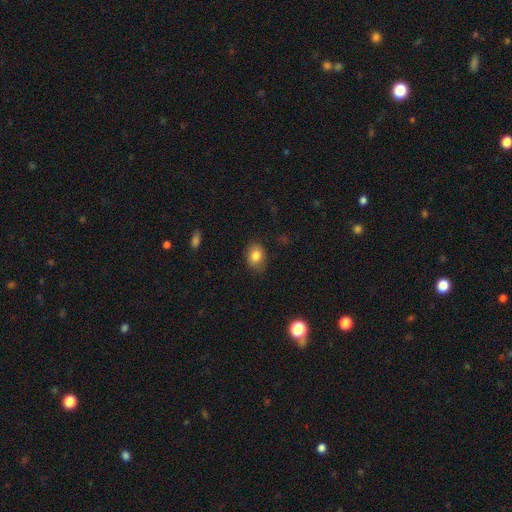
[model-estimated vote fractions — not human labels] A smooth galaxy with no disk features (82%) that is in between round and cigar-shaped (68%). Merging: none (81%).